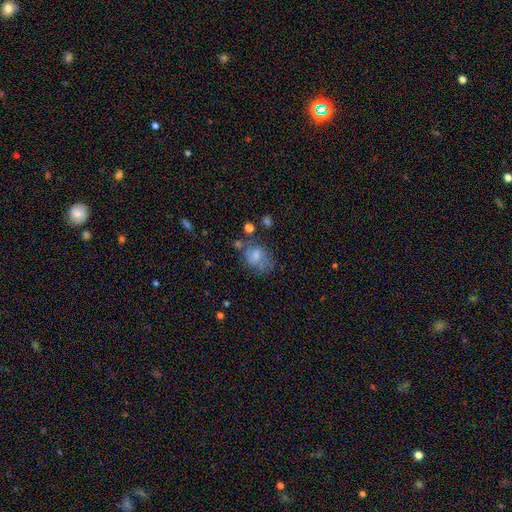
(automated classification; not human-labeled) smooth 63%, featured or disk 25%, star or artifact 11%. Down the decision tree: how rounded — in between (58%); merging — none (42%).